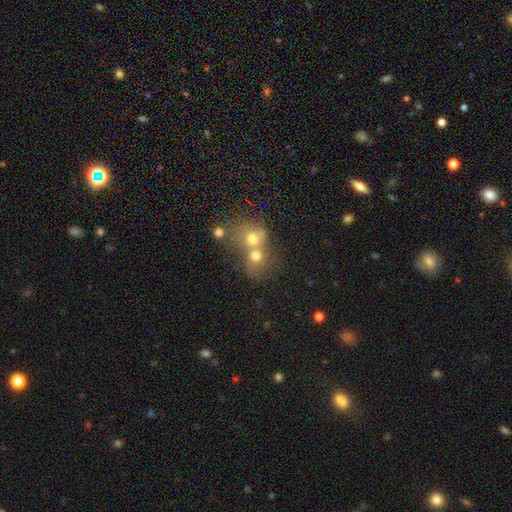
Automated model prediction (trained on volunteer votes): A smooth galaxy with no disk features (67%) that is round (74%).

Vote fractions:
- Smooth or featured? smooth: 67% / featured or disk: 18% / star or artifact: 14%
- How rounded? round: 74% / in between: 25% / cigar-shaped: 1%
- Merging? merger: 63% / none: 26% / minor disturbance: 6% / major disturbance: 5%